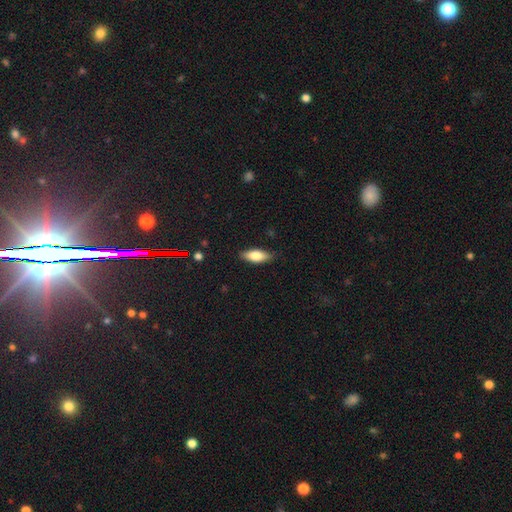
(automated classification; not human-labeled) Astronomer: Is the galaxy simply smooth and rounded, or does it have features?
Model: smooth — 78%.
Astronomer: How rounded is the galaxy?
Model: in between — 77%.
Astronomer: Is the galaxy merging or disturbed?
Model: none — 85%.